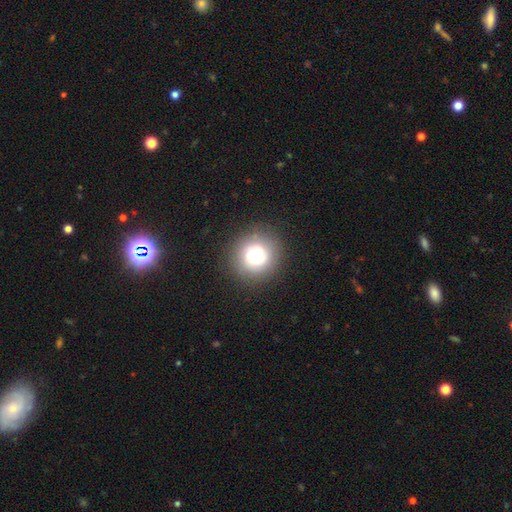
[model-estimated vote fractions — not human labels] smooth 65%, featured or disk 23%, star or artifact 11%. Down the decision tree: how rounded — round (94%); merging — none (86%).